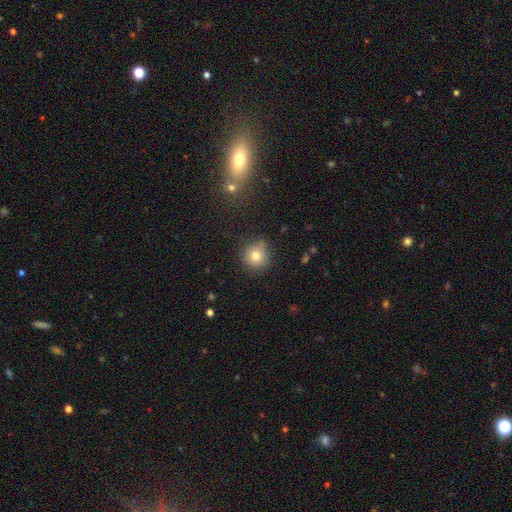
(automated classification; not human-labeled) A smooth galaxy with no disk features (79%) that is round (92%).

Vote fractions:
- Smooth or featured? smooth: 79% / star or artifact: 12% / featured or disk: 9%
- How rounded? round: 92% / in between: 7% / cigar-shaped: 1%
- Merging? none: 80% / minor disturbance: 14% / major disturbance: 3% / merger: 2%